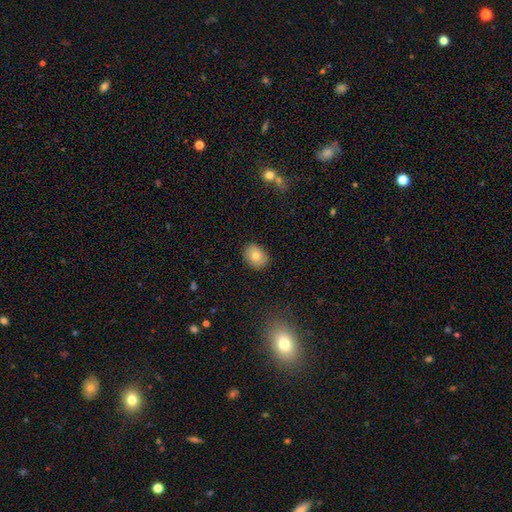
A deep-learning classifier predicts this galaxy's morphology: This appears to be a smooth galaxy with no disk features (80%) that is in between round and cigar-shaped (56%). Merging: none (86%).